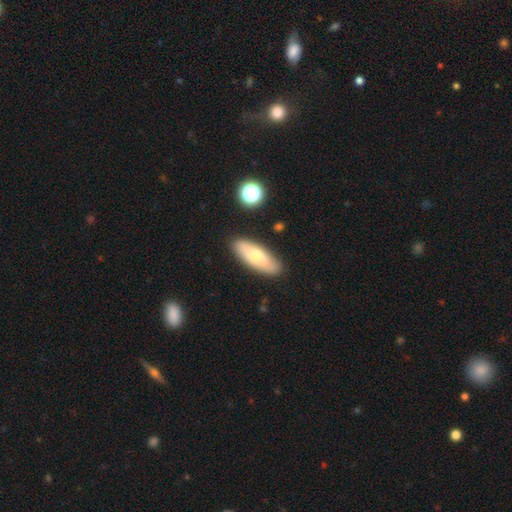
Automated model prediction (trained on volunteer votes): A smooth galaxy with no disk features (67%) that is in between round and cigar-shaped (70%). Merging: none (84%).